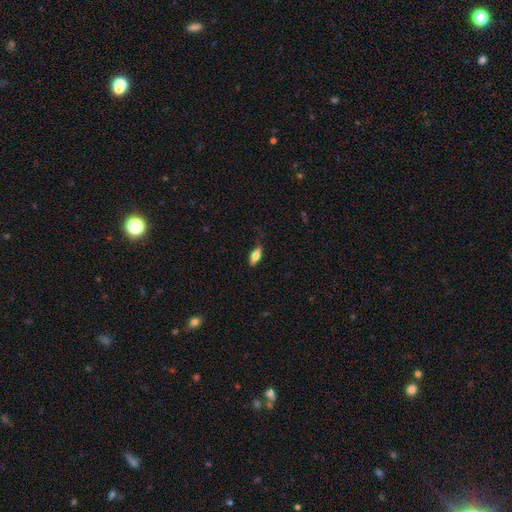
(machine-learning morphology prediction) smooth_or_featured: smooth (p=0.70) [alt: featured or disk p=0.24]
how_rounded: in between (p=0.72) [alt: cigar-shaped p=0.25]
merging: none (p=0.75) [alt: minor disturbance p=0.20]